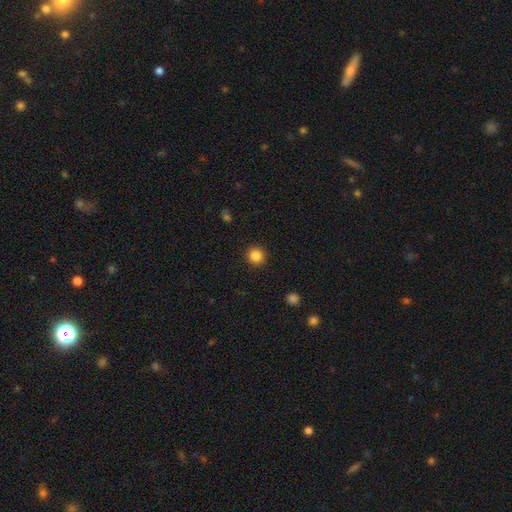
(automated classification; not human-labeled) This is clearly a smooth galaxy (85%). How rounded: clearly round (94%). Merging: clearly none (92%).